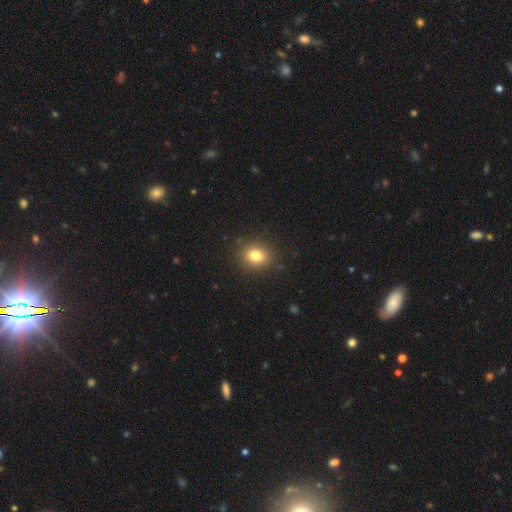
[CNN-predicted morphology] smooth_or_featured: smooth (p=0.81) [alt: star or artifact p=0.12]
how_rounded: round (p=0.69) [alt: in between p=0.30]
merging: none (p=0.88) [alt: minor disturbance p=0.08]